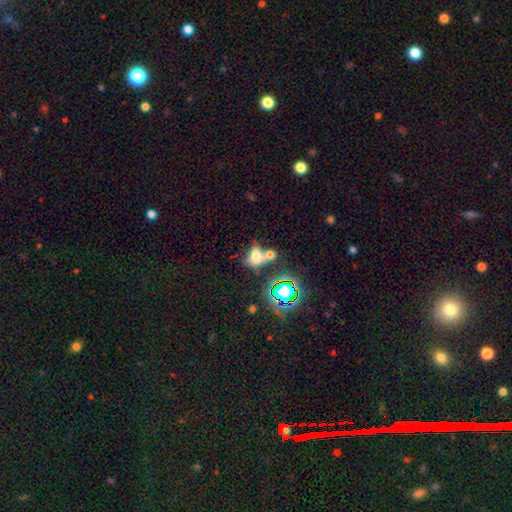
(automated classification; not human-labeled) Overall: smooth (55%; star or artifact 23%). How rounded: in between (70%). Merging: merger (54%; none 26%).